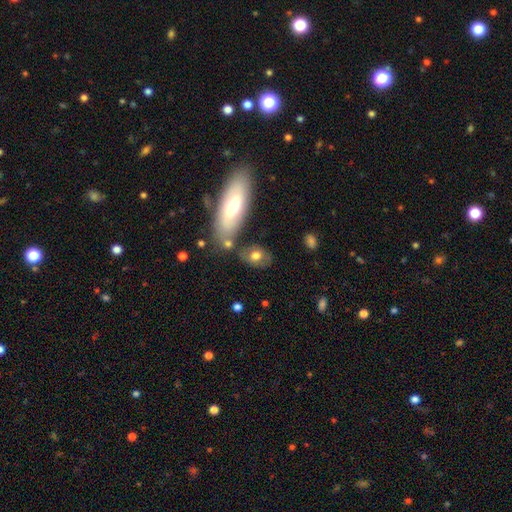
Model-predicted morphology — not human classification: This is likely a smooth galaxy (70%). How rounded: likely in between (71%). Merging: possibly none (59%).